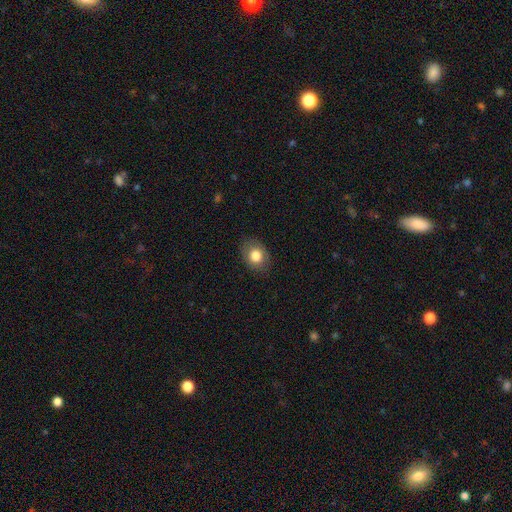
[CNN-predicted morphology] Smooth or featured? smooth (79%)
How rounded? in between (55%)
Merging? none (83%)